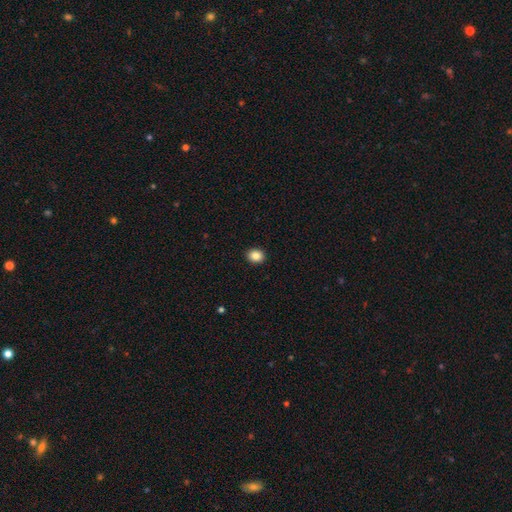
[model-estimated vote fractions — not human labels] Morphology: type=smooth (86%); roundness=round (58%); merging=none (92%).